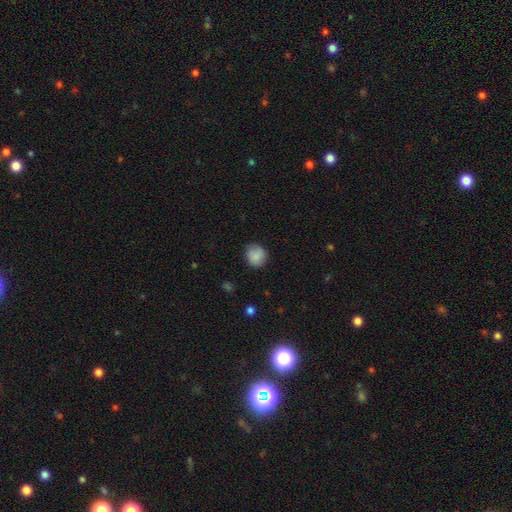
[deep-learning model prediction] Morphology: type=smooth (87%); roundness=round (80%); merging=none (80%).